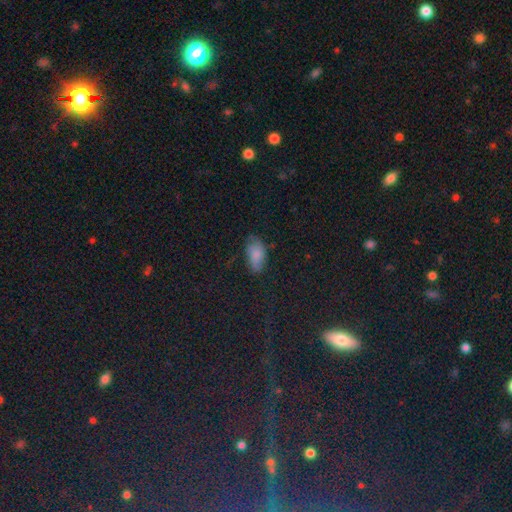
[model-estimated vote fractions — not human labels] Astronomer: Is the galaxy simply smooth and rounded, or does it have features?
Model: smooth — 72%.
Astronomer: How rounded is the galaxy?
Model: in between — 92%.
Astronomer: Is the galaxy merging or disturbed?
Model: none — 63%.